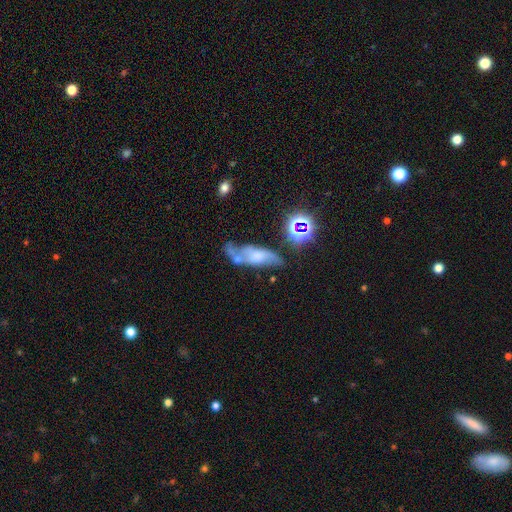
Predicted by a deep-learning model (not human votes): Q: Smooth or featured?
A: featured or disk (50%); runner-up: smooth (34%)
Q: Edge-on disk?
A: no (79%); runner-up: yes (21%)
Q: Merging?
A: none (40%); runner-up: minor disturbance (24%)